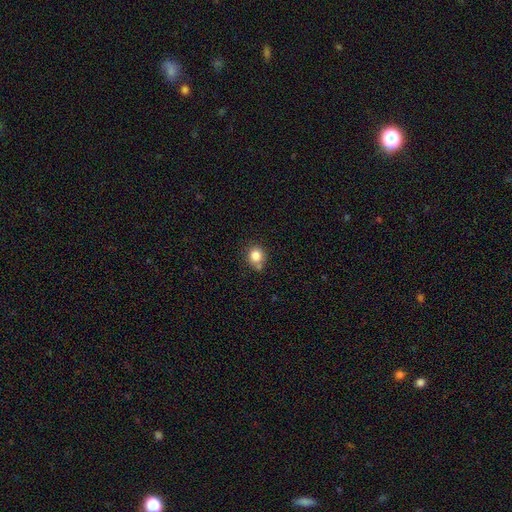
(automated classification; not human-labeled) Smooth or featured? Predicted: smooth (p=0.82). How rounded? Predicted: round (p=0.82). Merging? Predicted: none (p=0.66).